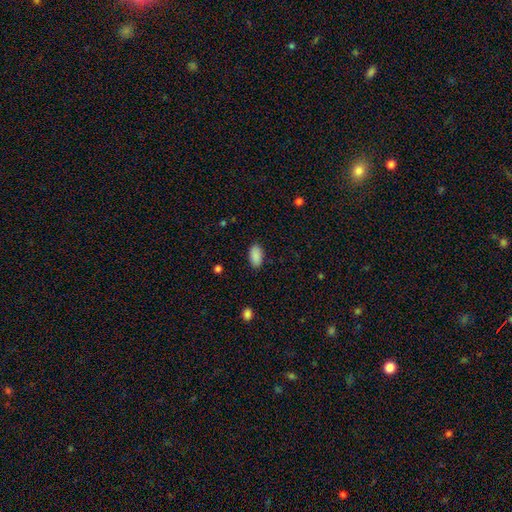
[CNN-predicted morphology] A smooth galaxy with no disk features (90%) that is in between round and cigar-shaped (94%). Merging: none (87%).